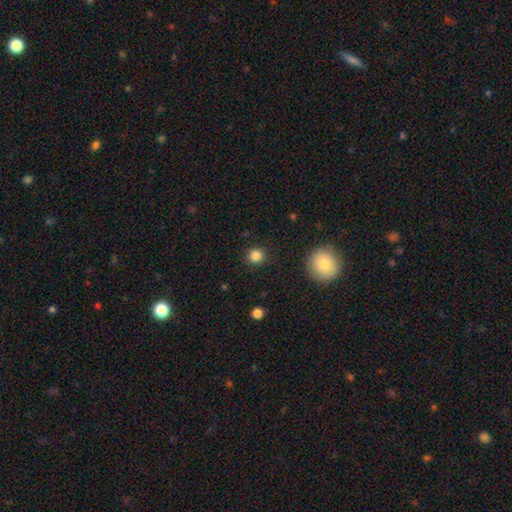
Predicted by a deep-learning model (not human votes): A smooth galaxy with no disk features (84%) that is round (92%).

Vote fractions:
- Smooth or featured? smooth: 84% / star or artifact: 12% / featured or disk: 4%
- How rounded? round: 92% / in between: 7% / cigar-shaped: 1%
- Merging? none: 90% / minor disturbance: 6% / major disturbance: 2% / merger: 1%